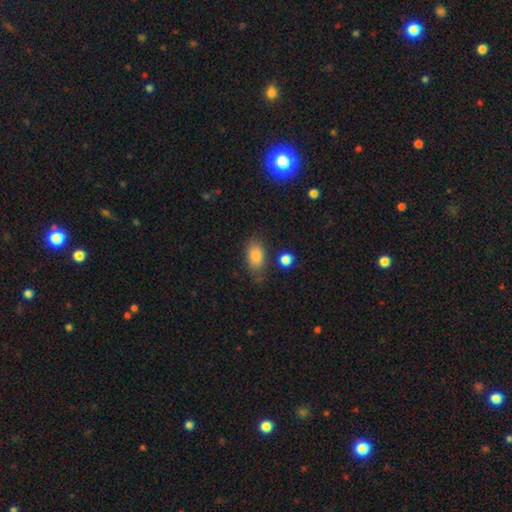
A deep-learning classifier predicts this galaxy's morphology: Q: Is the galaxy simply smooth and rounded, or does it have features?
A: smooth — 84%.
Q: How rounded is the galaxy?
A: in between — 89%.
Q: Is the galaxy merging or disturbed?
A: none — 71%.